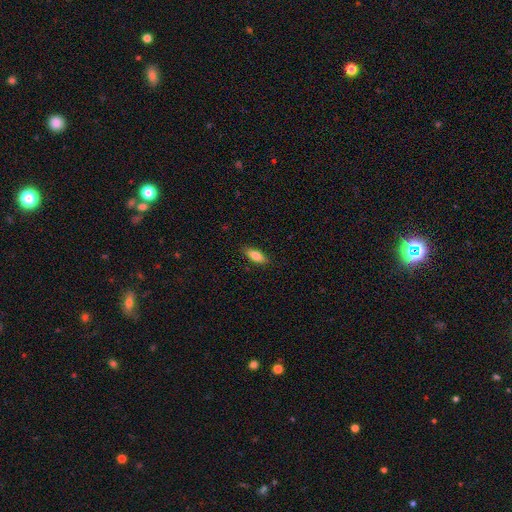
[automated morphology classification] smooth 82%, featured or disk 11%, star or artifact 6%. Down the decision tree: how rounded — in between (73%); merging — none (87%).